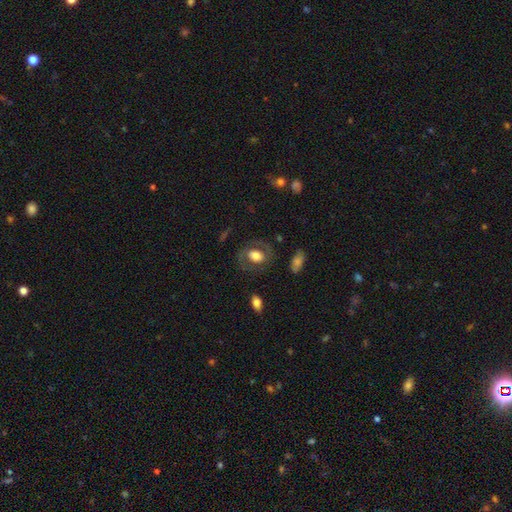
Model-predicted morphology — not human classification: The model was most divided on "smooth or featured": smooth: 54%, featured or disk: 38%, star or artifact: 8%. More confident: merging — none (74%); how rounded — in between (64%).